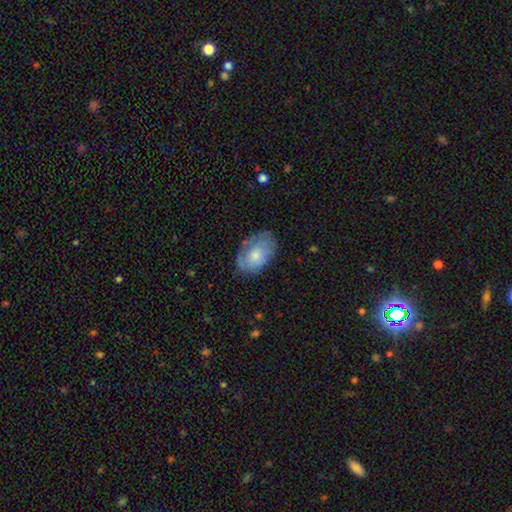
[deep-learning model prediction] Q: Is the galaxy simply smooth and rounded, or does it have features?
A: smooth — 62%.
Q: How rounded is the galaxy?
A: in between — 89%.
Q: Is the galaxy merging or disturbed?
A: none — 64%.